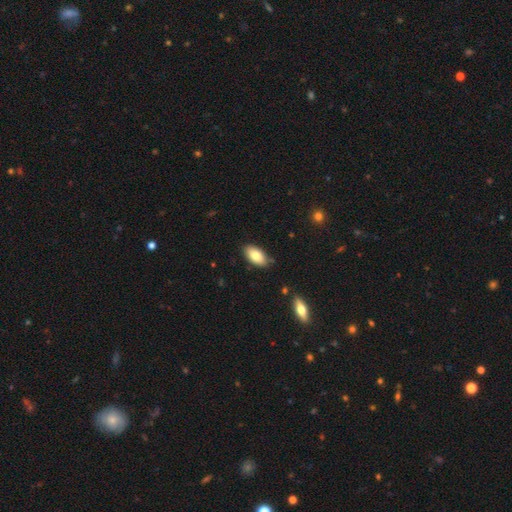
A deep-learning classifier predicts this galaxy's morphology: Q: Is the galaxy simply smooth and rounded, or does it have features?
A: smooth — 82%.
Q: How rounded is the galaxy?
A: in between — 93%.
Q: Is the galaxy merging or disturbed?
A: none — 83%.